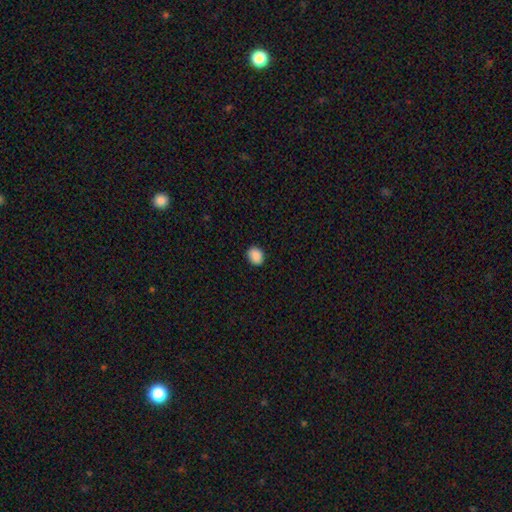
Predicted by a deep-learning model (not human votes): Smooth or featured?
  - smooth: 90% *
  - star or artifact: 8%
  - featured or disk: 2%
How rounded?
  - in between: 56% *
  - round: 43%
  - cigar-shaped: 1%
Merging?
  - none: 89% *
  - minor disturbance: 8%
  - major disturbance: 2%
  - merger: 1%